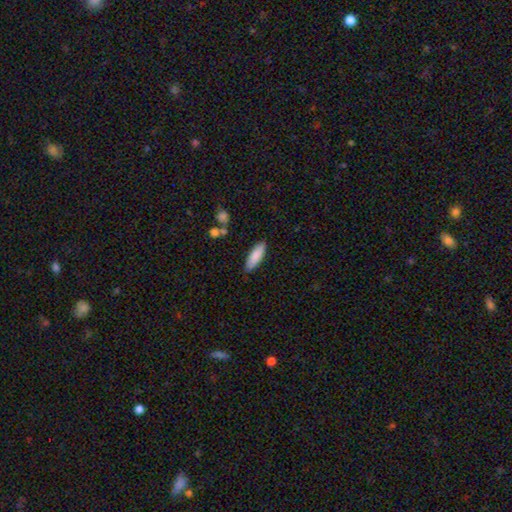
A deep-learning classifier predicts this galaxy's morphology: A smooth galaxy with no disk features (86%) that is in between round and cigar-shaped (53%).

Vote fractions:
- Smooth or featured? smooth: 86% / featured or disk: 8% / star or artifact: 6%
- How rounded? in between: 53% / cigar-shaped: 45% / round: 1%
- Merging? none: 86% / minor disturbance: 10% / major disturbance: 2% / merger: 2%